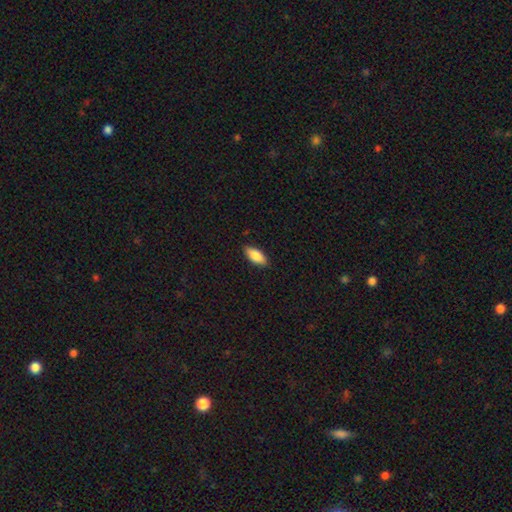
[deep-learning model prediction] Smooth or featured? Predicted: smooth (p=0.86). How rounded? Predicted: in between (p=0.85). Merging? Predicted: none (p=0.87).